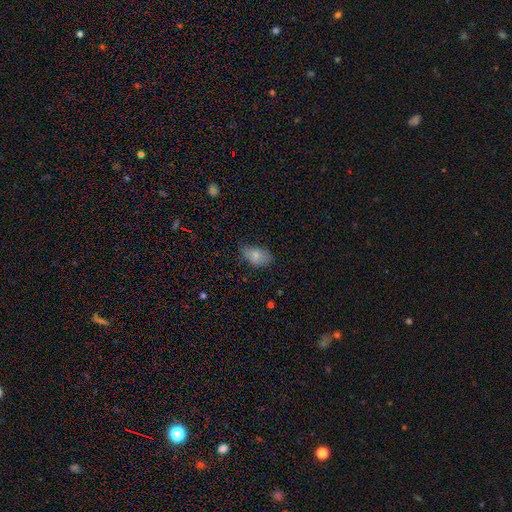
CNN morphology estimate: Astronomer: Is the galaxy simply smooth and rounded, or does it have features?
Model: smooth — 77%.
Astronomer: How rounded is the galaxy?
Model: in between — 90%.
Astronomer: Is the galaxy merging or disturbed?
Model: none — 54% (runner-up: minor disturbance, 36%).